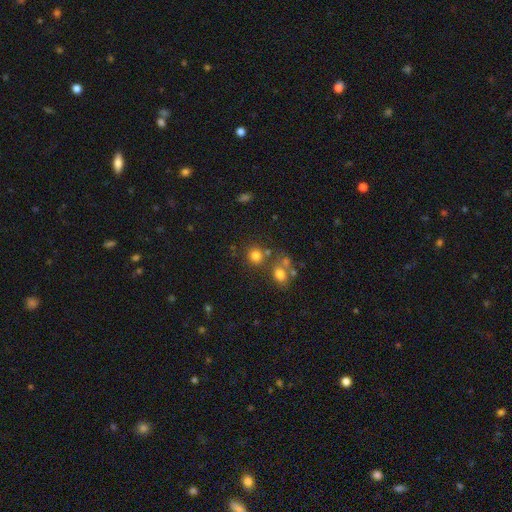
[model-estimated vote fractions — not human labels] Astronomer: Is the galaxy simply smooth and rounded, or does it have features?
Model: smooth — 76%.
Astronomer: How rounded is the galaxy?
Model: round — 85%.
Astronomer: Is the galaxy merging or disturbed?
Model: none — 67%.